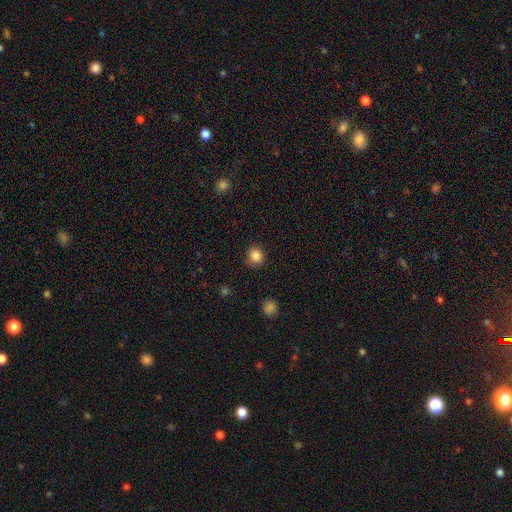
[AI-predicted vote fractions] Q: Smooth or featured?
A: smooth (85%); runner-up: star or artifact (11%)
Q: How rounded?
A: round (83%); runner-up: in between (16%)
Q: Merging?
A: none (86%); runner-up: minor disturbance (10%)